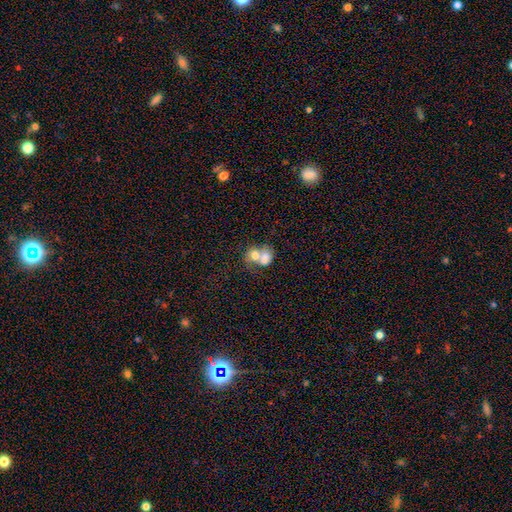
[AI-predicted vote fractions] A smooth galaxy with no disk features (69%) that is in between round and cigar-shaped (50%).

Vote fractions:
- Smooth or featured? smooth: 69% / featured or disk: 22% / star or artifact: 9%
- How rounded? in between: 50% / round: 49% / cigar-shaped: 1%
- Merging? merger: 74% / none: 16% / minor disturbance: 5% / major disturbance: 4%